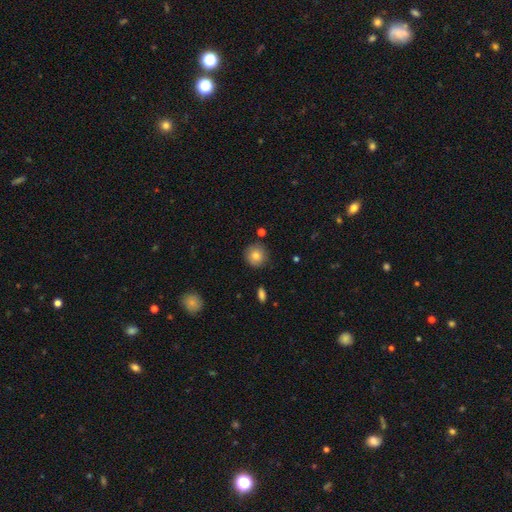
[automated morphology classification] Smooth or featured? Predicted: smooth (p=0.80). How rounded? Predicted: round (p=0.93). Merging? Predicted: none (p=0.86).